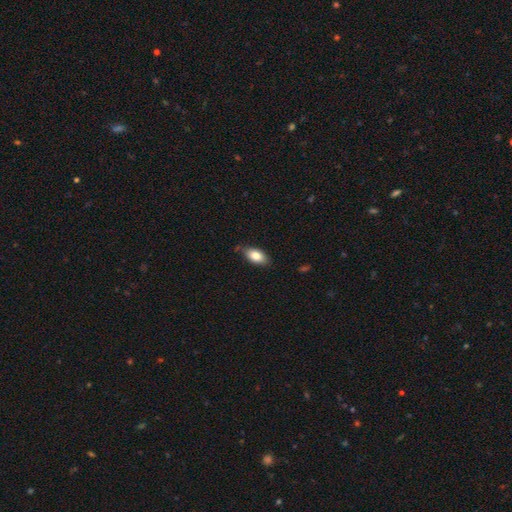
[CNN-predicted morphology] This appears to be a smooth galaxy with no disk features (82%) that is in between round and cigar-shaped (90%). Merging: none (76%).